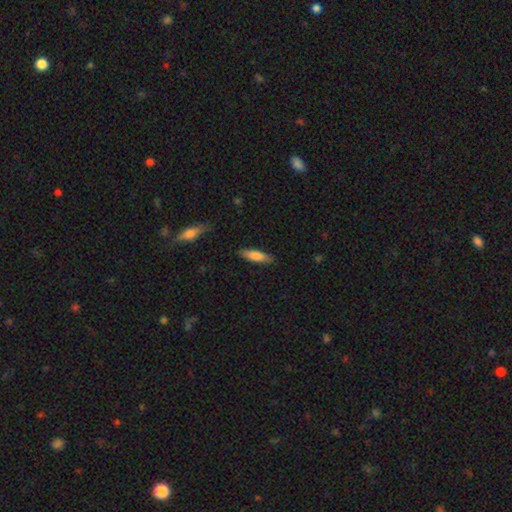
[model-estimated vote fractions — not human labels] Smooth or featured: smooth — 77% (featured or disk — 17%)
How rounded: cigar-shaped — 66% (in between — 32%)
Merging: none — 85% (minor disturbance — 11%)